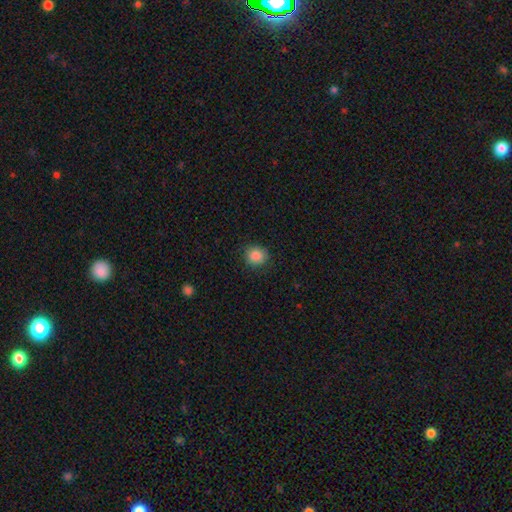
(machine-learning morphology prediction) type=smooth (87%); roundness=round (83%); merging=none (87%).